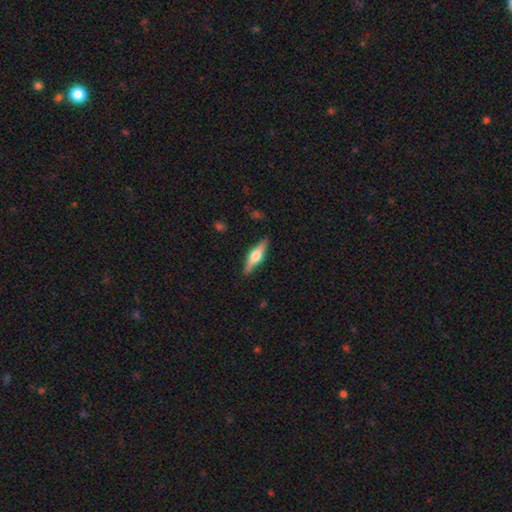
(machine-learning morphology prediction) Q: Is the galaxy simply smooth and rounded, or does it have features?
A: featured or disk — 56%.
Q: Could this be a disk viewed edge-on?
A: yes — 95%.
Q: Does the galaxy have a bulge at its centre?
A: rounded — 93%.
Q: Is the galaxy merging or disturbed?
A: none — 87%.